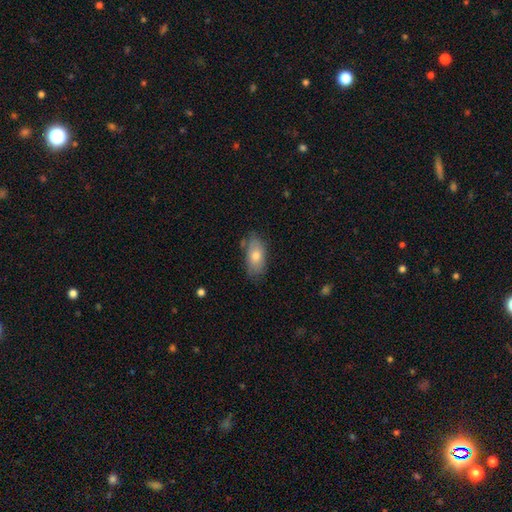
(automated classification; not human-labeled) This is likely a smooth galaxy (73%). How rounded: clearly in between (90%). Merging: likely none (74%).